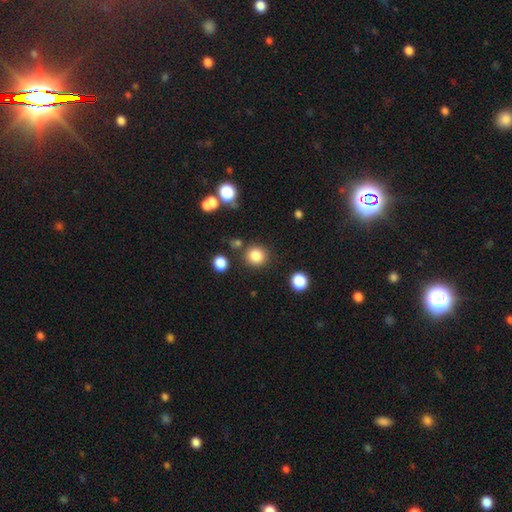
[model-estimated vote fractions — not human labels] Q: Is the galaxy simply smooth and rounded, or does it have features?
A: smooth — 84%.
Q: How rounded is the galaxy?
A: round — 90%.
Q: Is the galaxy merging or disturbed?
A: none — 84%.